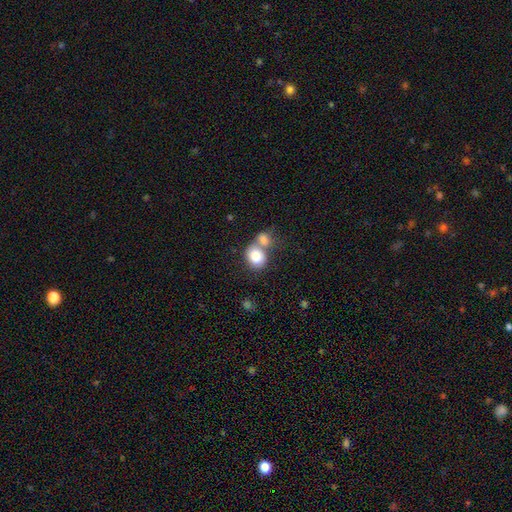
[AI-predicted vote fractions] Smooth or featured? Predicted: smooth (p=0.82). How rounded? Predicted: round (p=0.55). Merging? Predicted: merger (p=0.57).